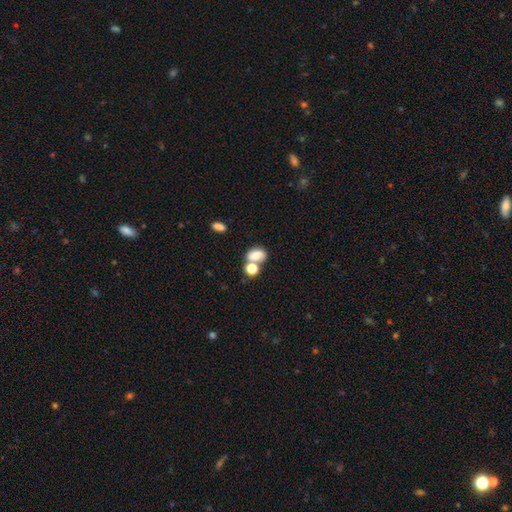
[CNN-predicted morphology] type=smooth (76%); roundness=in between (71%); merging=merger (43%).